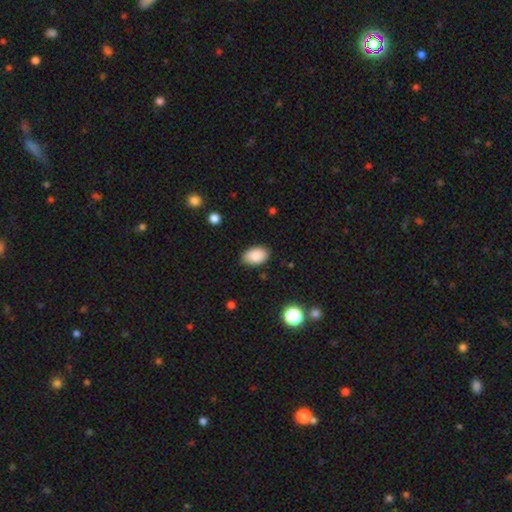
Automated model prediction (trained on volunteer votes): Smooth or featured? Predicted: smooth (p=0.88). How rounded? Predicted: in between (p=0.91). Merging? Predicted: none (p=0.85).